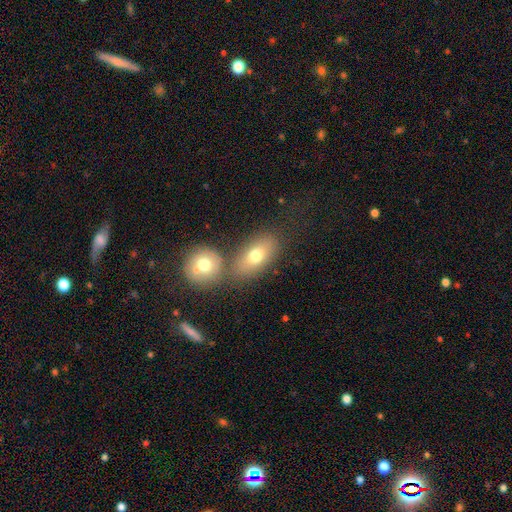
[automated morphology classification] Overall: smooth (71%). How rounded: in between (80%). Merging: none (58%; merger 27%).